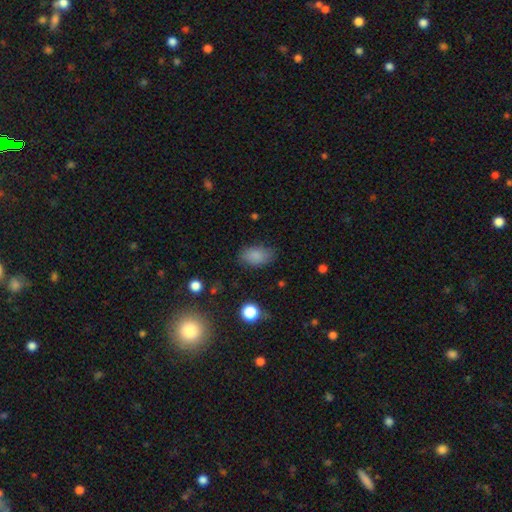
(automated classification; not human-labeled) Overall: smooth (85%). How rounded: in between (90%). Merging: none (79%).